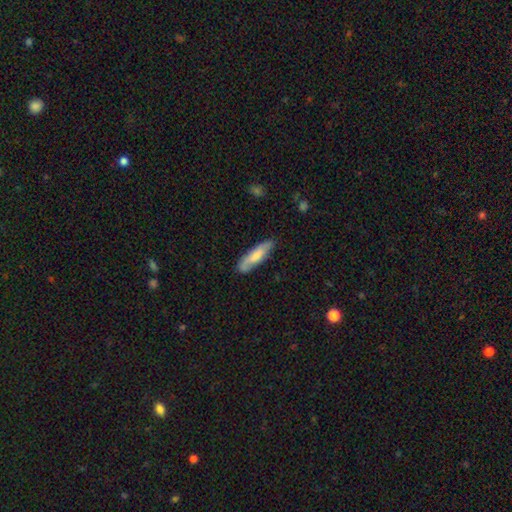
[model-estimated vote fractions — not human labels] This appears to be a smooth galaxy with no disk features (67%) that is cigar-shaped (67%). Merging: none (77%).